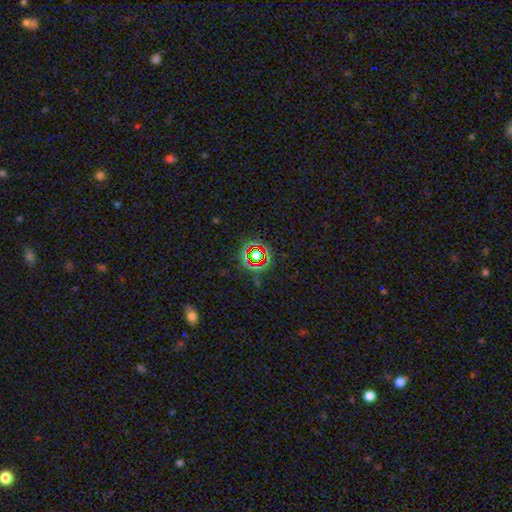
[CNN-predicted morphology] Smooth or featured?
  - star or artifact: 69% *
  - smooth: 21%
  - featured or disk: 11%